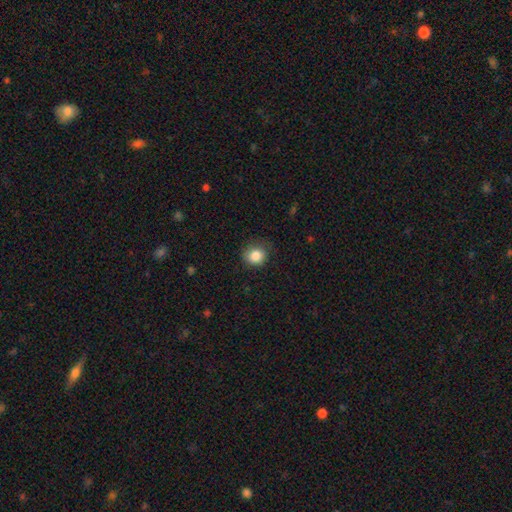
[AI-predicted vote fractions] smooth_or_featured: smooth (p=0.85) [alt: star or artifact p=0.10]
how_rounded: round (p=0.82) [alt: in between p=0.18]
merging: none (p=0.79) [alt: minor disturbance p=0.16]